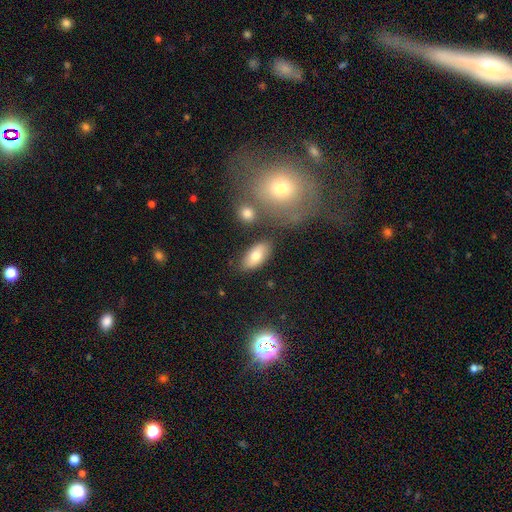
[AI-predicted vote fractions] This appears to be a smooth galaxy with no disk features (76%) that is in between round and cigar-shaped (92%). Merging: none (80%).